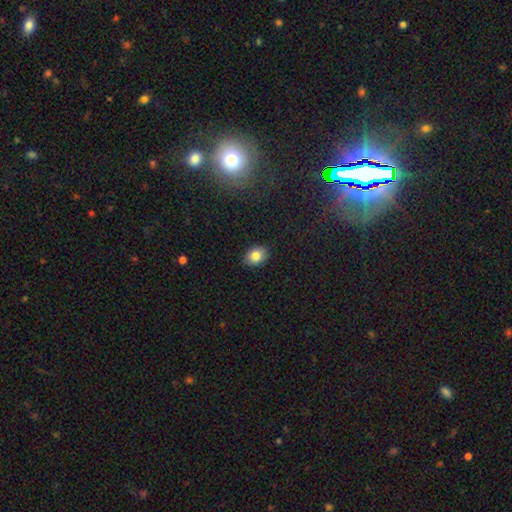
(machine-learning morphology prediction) Smooth or featured? Predicted: smooth (p=0.82). How rounded? Predicted: in between (p=0.69). Merging? Predicted: none (p=0.88).